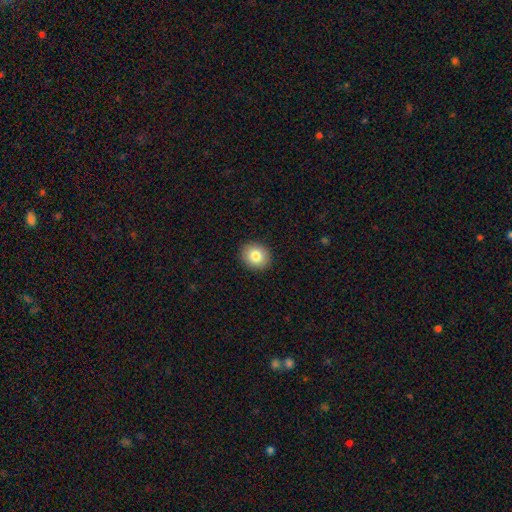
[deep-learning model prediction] smooth-or-featured: smooth: 83% | star or artifact: 9% | featured or disk: 8%
  how-rounded: round: 70% | in between: 29% | cigar-shaped: 1%
  merging: none: 91% | minor disturbance: 6% | major disturbance: 2% | merger: 1%